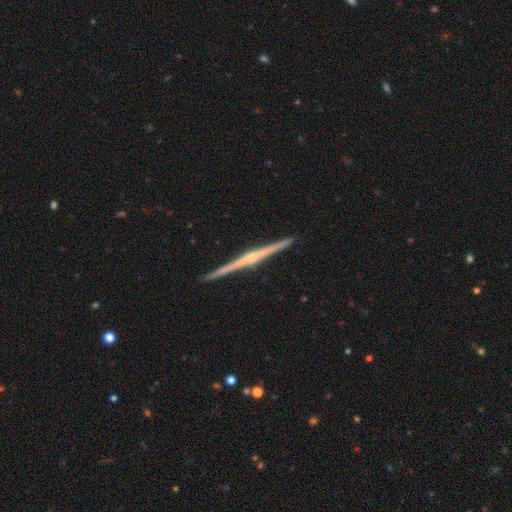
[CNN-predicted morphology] smooth_or_featured: featured or disk (p=0.85) [alt: smooth p=0.10]
disk_edge_on: yes (p=0.99) [alt: no p=0.01]
edge_on_bulge: rounded (p=0.62) [alt: none p=0.23]
merging: none (p=0.93) [alt: minor disturbance p=0.05]